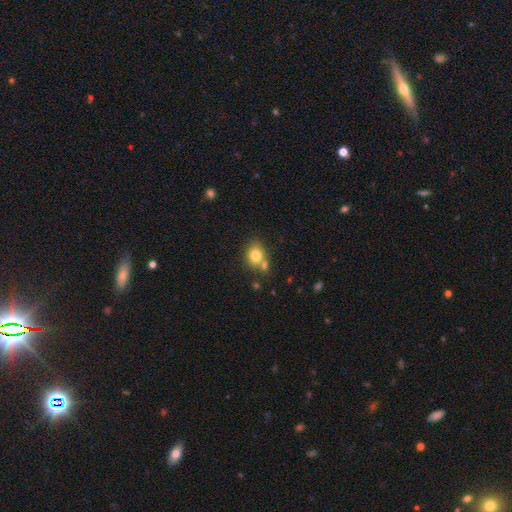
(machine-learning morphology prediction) type=smooth (78%); roundness=round (52%); merging=none (57%).